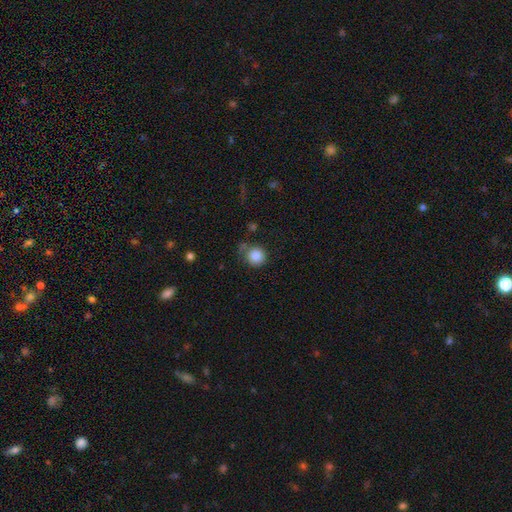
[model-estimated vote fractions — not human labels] Smooth or featured? Predicted: smooth (p=0.85). How rounded? Predicted: round (p=0.92). Merging? Predicted: none (p=0.71).